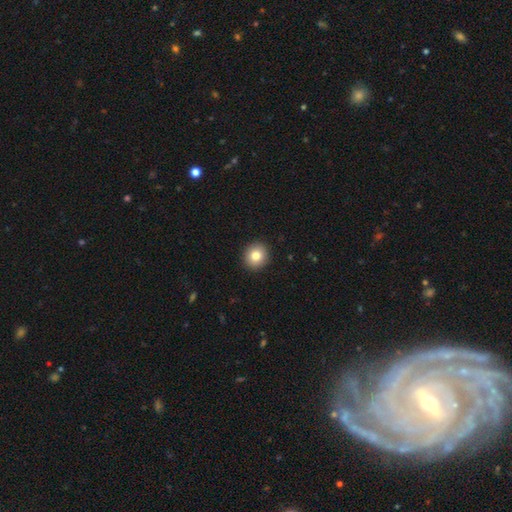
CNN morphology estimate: The model was most divided on "smooth or featured": smooth: 81%, star or artifact: 10%, featured or disk: 9%. More confident: merging — none (92%); how rounded — round (86%).